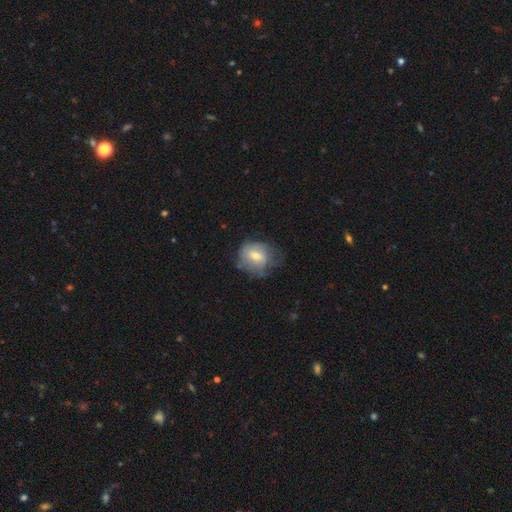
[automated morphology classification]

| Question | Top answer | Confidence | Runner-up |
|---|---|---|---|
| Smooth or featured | smooth | 57% | featured or disk (35%) |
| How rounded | round | 63% | in between (36%) |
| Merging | none | 48% | minor disturbance (32%) |